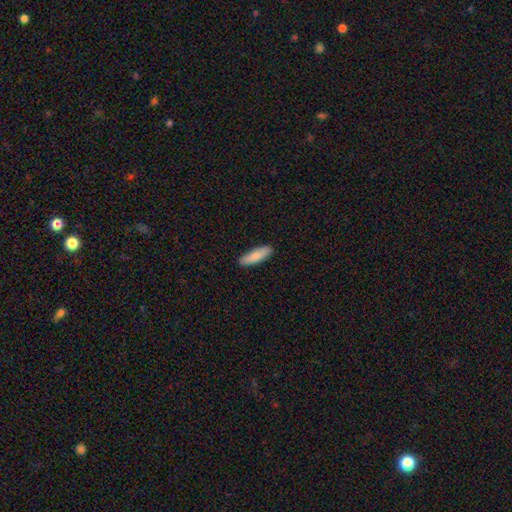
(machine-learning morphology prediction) Smooth or featured?
  - smooth: 86% *
  - featured or disk: 8%
  - star or artifact: 5%
How rounded?
  - cigar-shaped: 59% *
  - in between: 39%
  - round: 2%
Merging?
  - none: 89% *
  - minor disturbance: 8%
  - major disturbance: 2%
  - merger: 1%